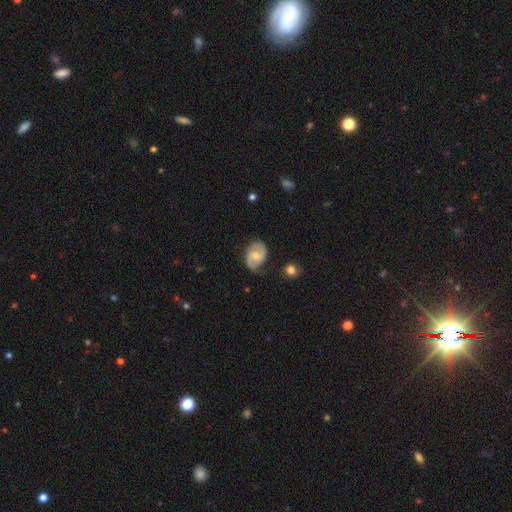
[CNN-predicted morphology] A featured or disk galaxy (74%) with a weak bar (48%), 2 (89%) medium (51%) spiral arms (93%) and a moderate central bulge (50%).

Vote fractions:
- Smooth or featured? featured or disk: 74% / smooth: 20% / star or artifact: 6%
- Edge-on disk? no: 98% / yes: 2%
- Bar? weak: 48% / no: 42% / strong: 10%
- Spiral arms? yes: 93% / no: 7%
- Spiral winding? medium: 51% / tight: 26% / loose: 24%
- Spiral arm count? 2: 89% / can't tell: 6% / 1: 2% / 3: 1% / 4: 1% / more than 4: 1%
- Bulge size? moderate: 50% / small: 42% / none: 4% / large: 3% / dominant: 1%
- Merging? none: 72% / minor disturbance: 20% / major disturbance: 6% / merger: 2%